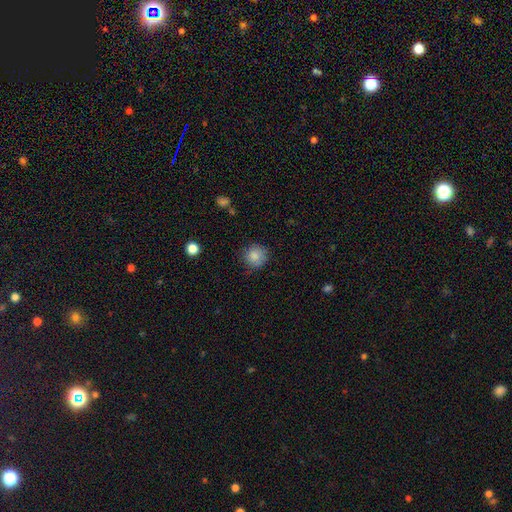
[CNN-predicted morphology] type=smooth (85%); roundness=round (92%); merging=none (83%).